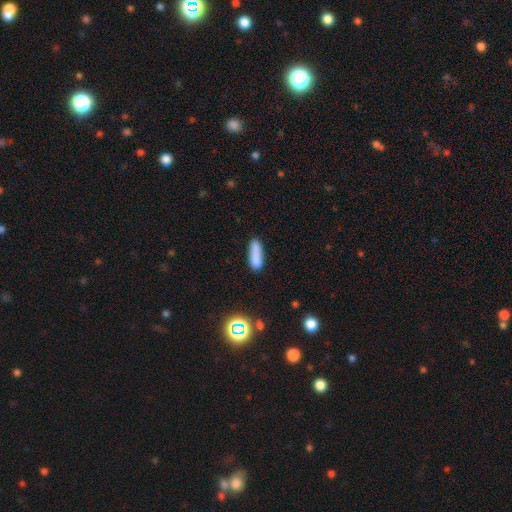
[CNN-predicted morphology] Smooth or featured? smooth (83%)
How rounded? cigar-shaped (56%)
Merging? none (72%)